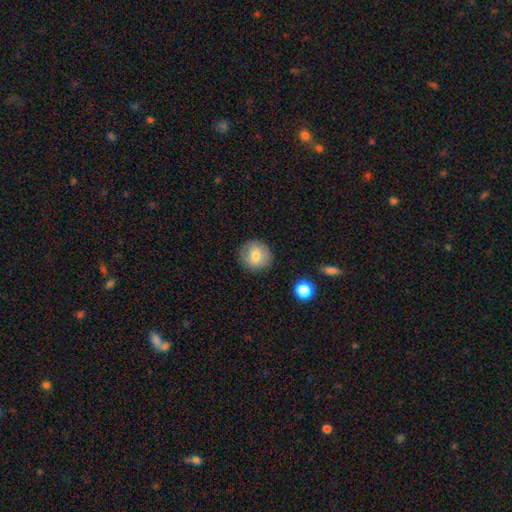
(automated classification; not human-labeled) Smooth or featured? smooth (73%)
How rounded? round (90%)
Merging? none (86%)